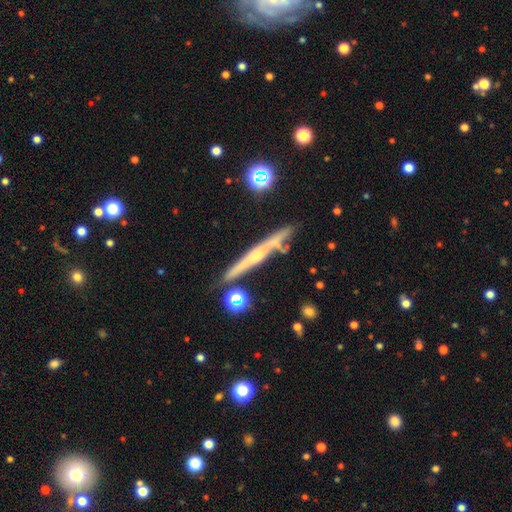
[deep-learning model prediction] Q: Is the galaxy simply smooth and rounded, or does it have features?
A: featured or disk — 66%.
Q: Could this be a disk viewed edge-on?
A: yes — 96%.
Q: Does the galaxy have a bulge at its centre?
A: rounded — 57%.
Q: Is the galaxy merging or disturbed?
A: none — 78%.